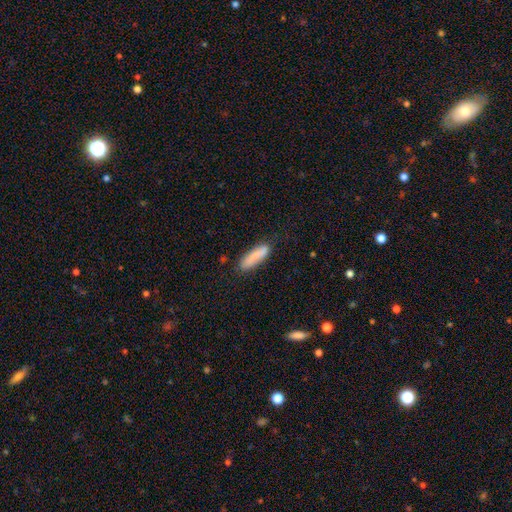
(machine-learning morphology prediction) smooth_or_featured: smooth (p=0.84) [alt: featured or disk p=0.10]
how_rounded: cigar-shaped (p=0.68) [alt: in between p=0.30]
merging: none (p=0.79) [alt: minor disturbance p=0.16]